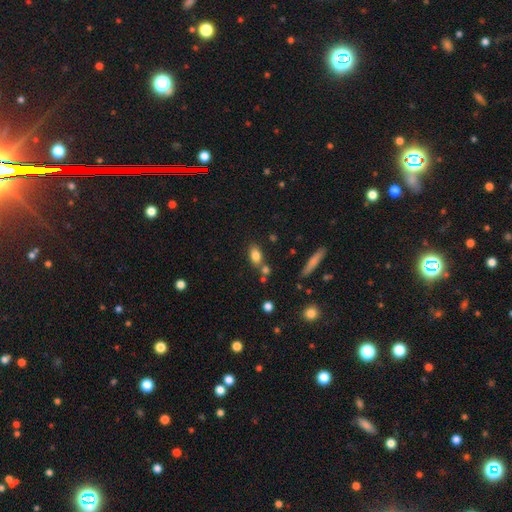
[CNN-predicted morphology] Smooth or featured? Predicted: smooth (p=0.80). How rounded? Predicted: in between (p=0.81). Merging? Predicted: none (p=0.65).